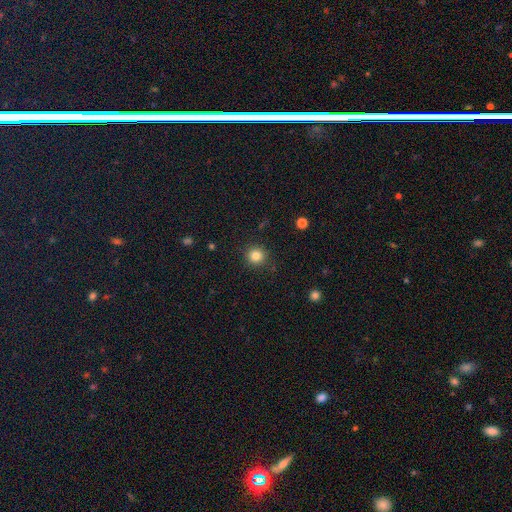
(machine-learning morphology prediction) This is clearly a smooth galaxy (83%). How rounded: clearly round (94%). Merging: clearly none (90%).